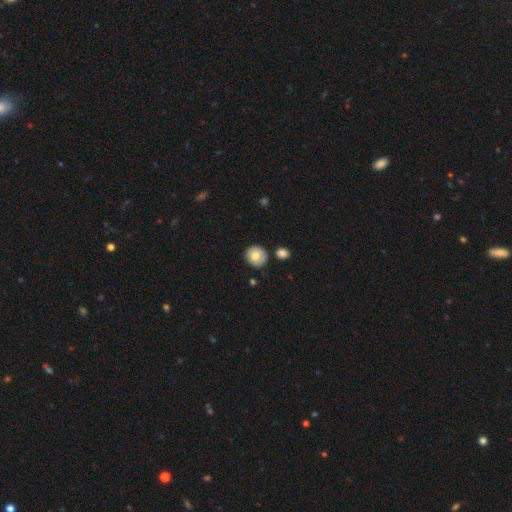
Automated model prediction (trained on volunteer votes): Smooth or featured? Predicted: smooth (p=0.74). How rounded? Predicted: round (p=0.88). Merging? Predicted: none (p=0.82).